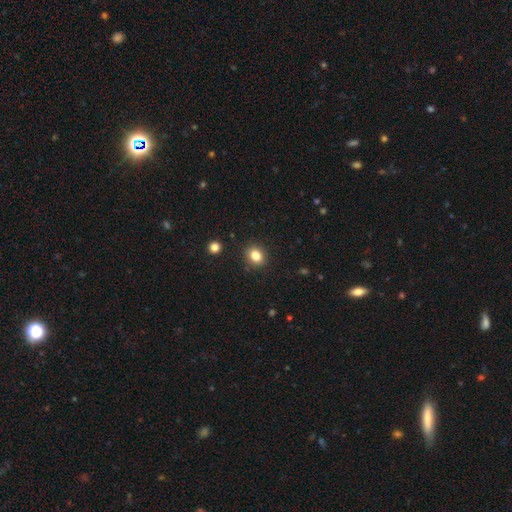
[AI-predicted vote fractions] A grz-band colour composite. It shows a smooth galaxy with no disk features (82%) that is round (62%). Merging: none (89%).